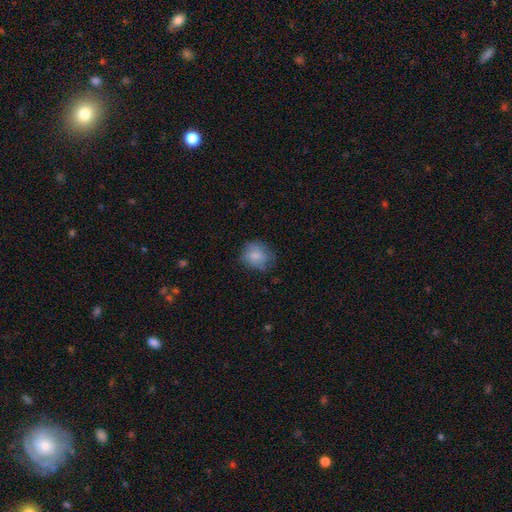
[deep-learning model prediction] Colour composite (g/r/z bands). It shows a smooth galaxy with no disk features (78%) that is round (65%). Merging: none (62%).